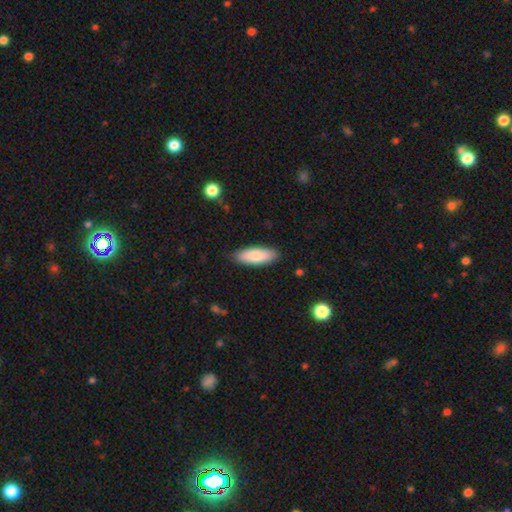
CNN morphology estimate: The model was most divided on "how rounded": in between: 62%, cigar-shaped: 36%, round: 2%. More confident: merging — none (86%); smooth or featured — smooth (83%).